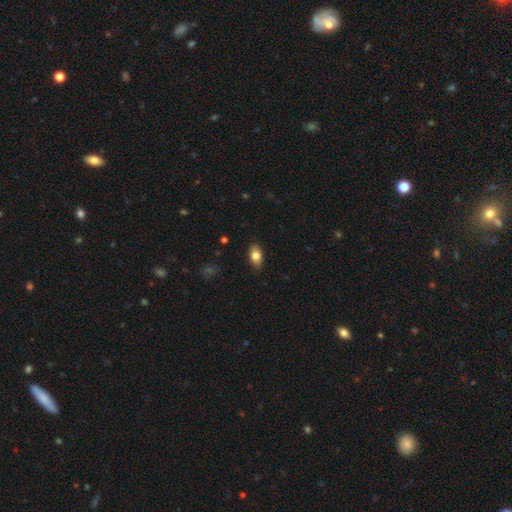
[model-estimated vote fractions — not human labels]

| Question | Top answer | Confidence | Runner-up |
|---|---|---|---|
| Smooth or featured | smooth | 81% | featured or disk (11%) |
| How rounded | in between | 89% | round (8%) |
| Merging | none | 84% | minor disturbance (12%) |